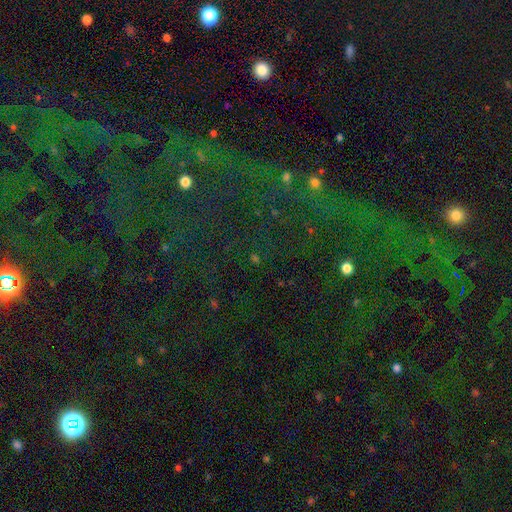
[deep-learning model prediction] Q: Smooth or featured?
A: star or artifact (73%); runner-up: smooth (18%)